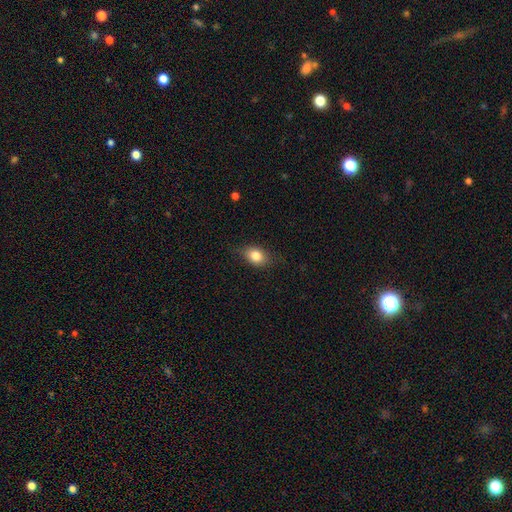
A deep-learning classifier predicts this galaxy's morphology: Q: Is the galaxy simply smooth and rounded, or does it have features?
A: smooth — 80%.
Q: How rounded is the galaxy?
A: in between — 67%.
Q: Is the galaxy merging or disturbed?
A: none — 75%.